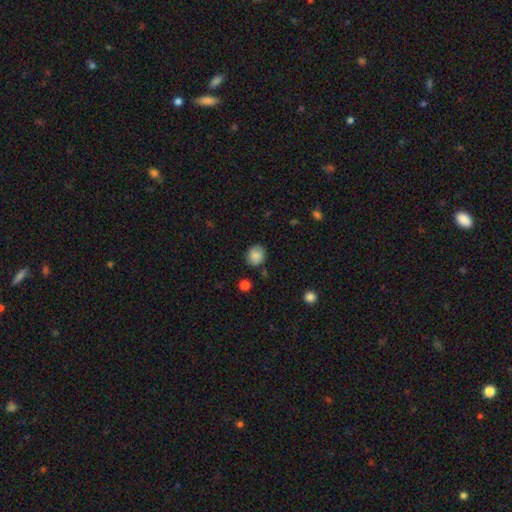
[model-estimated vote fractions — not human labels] Q: Smooth or featured?
A: smooth (85%); runner-up: star or artifact (9%)
Q: How rounded?
A: round (79%); runner-up: in between (20%)
Q: Merging?
A: none (82%); runner-up: minor disturbance (12%)